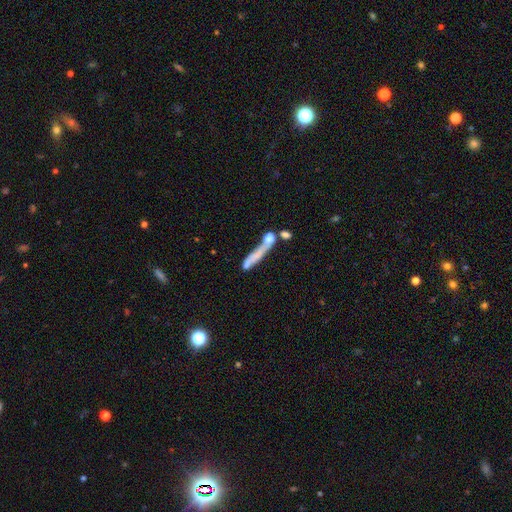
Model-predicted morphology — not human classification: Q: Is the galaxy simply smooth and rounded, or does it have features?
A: smooth — 56%.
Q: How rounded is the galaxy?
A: cigar-shaped — 80%.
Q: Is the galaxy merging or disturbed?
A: merger — 45%.